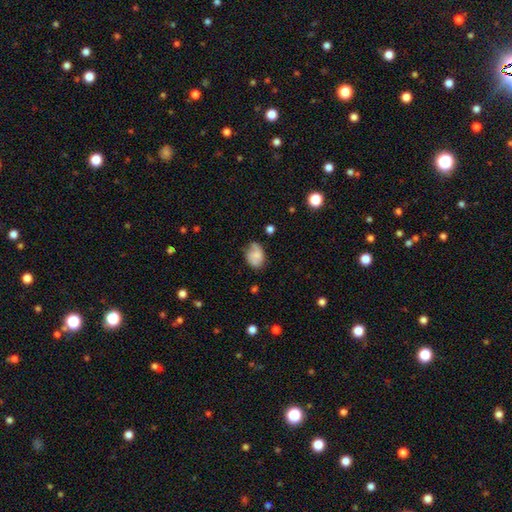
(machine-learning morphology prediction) Q: Smooth or featured?
A: smooth (70%); runner-up: featured or disk (22%)
Q: How rounded?
A: in between (75%); runner-up: round (24%)
Q: Merging?
A: none (52%); runner-up: minor disturbance (35%)